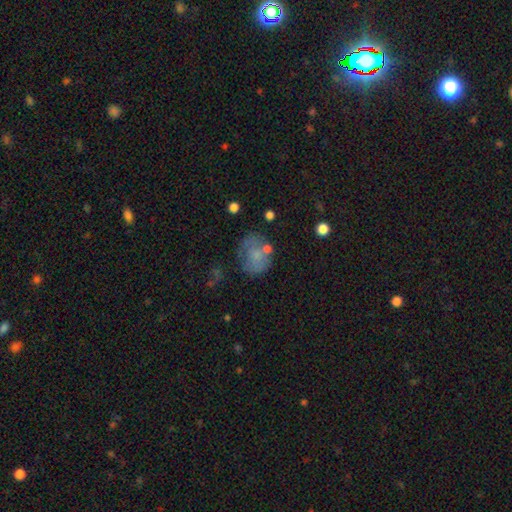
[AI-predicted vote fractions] Smooth or featured? smooth (58%)
How rounded? round (58%)
Merging? none (48%)